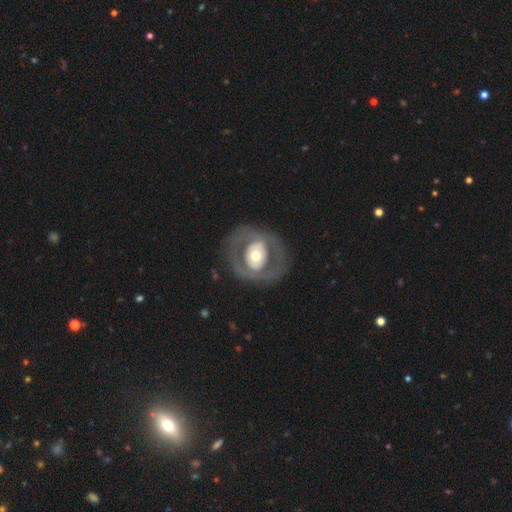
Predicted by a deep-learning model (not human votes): smooth_or_featured: featured or disk (p=0.66) [alt: smooth p=0.30]
disk_edge_on: no (p=0.95) [alt: yes p=0.05]
bar: no (p=0.75) [alt: weak p=0.16]
has_spiral_arms: no (p=0.74) [alt: yes p=0.26]
bulge_size: moderate (p=0.64) [alt: large p=0.26]
merging: none (p=0.74) [alt: minor disturbance p=0.12]